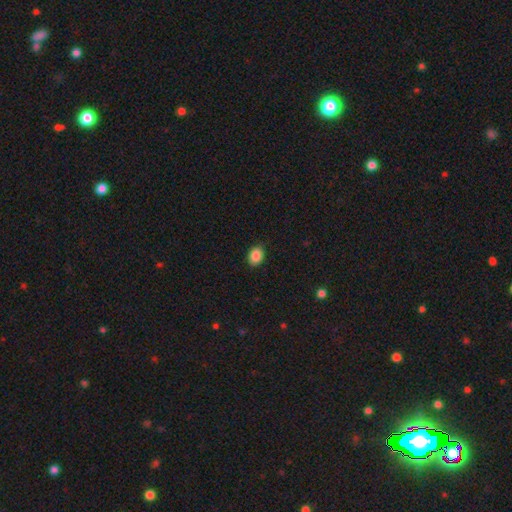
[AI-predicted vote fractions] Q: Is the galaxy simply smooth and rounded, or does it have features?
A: smooth — 88%.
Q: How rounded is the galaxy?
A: in between — 67%.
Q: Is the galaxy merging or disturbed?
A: none — 88%.